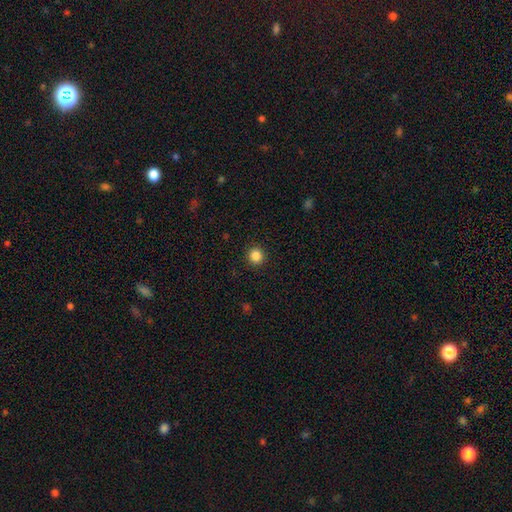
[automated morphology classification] type=smooth (86%); roundness=round (93%); merging=none (92%).